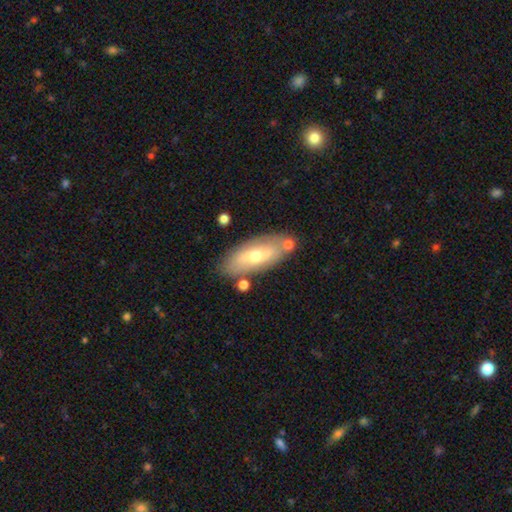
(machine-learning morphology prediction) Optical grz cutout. It shows a smooth galaxy with no disk features (51%) that is in between round and cigar-shaped (77%). Merging: none (75%).